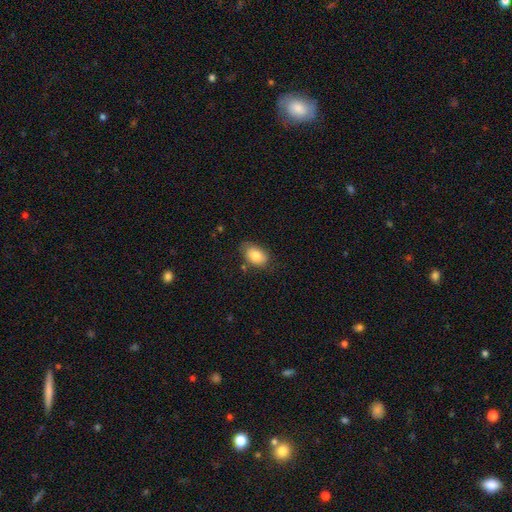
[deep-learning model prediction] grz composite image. It shows a smooth galaxy with no disk features (81%) that is in between round and cigar-shaped (87%). Merging: none (69%).